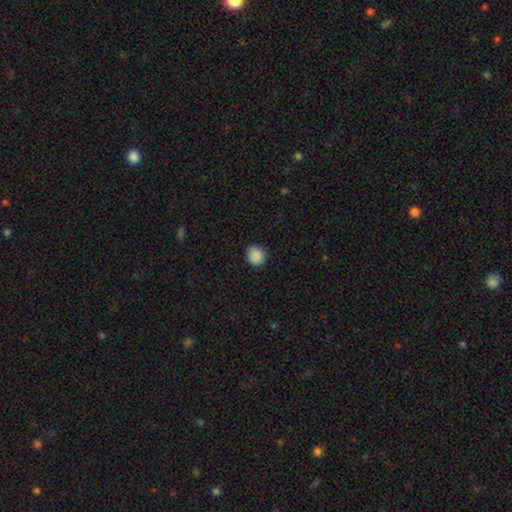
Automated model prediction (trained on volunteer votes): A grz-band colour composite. It shows a smooth galaxy with no disk features (88%) that is round (74%). Merging: none (84%).